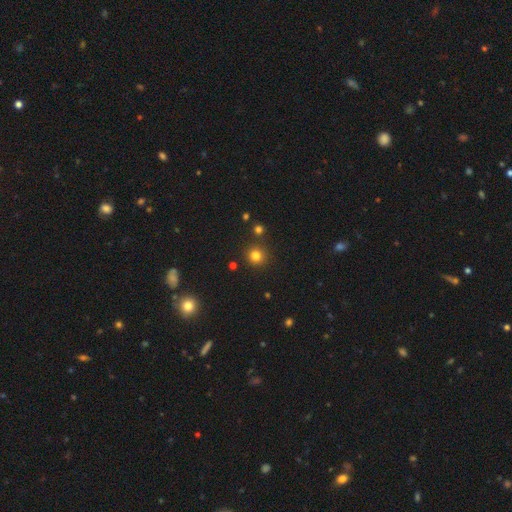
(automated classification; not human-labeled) Morphology: type=smooth (79%); roundness=round (94%); merging=none (88%).